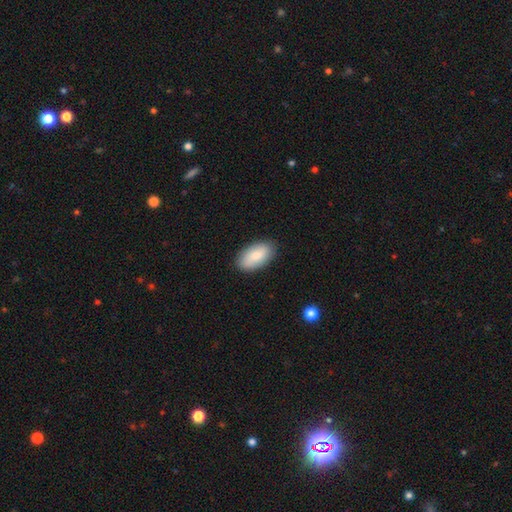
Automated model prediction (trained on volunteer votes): The model was most divided on "smooth or featured": smooth: 82%, featured or disk: 12%, star or artifact: 6%. More confident: how rounded — in between (94%); merging — none (88%).